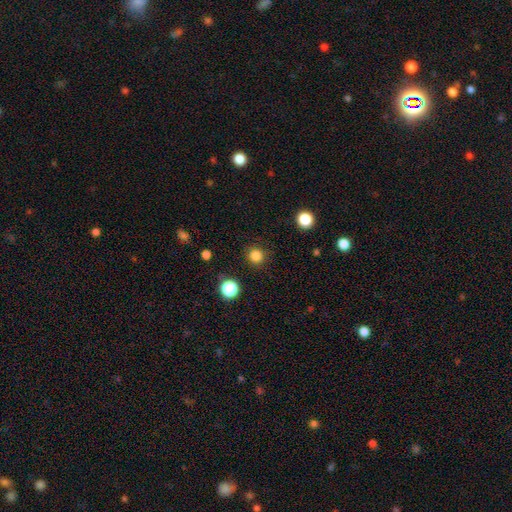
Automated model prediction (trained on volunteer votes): smooth 83%, star or artifact 13%, featured or disk 3%. Down the decision tree: how rounded — round (93%); merging — none (90%).